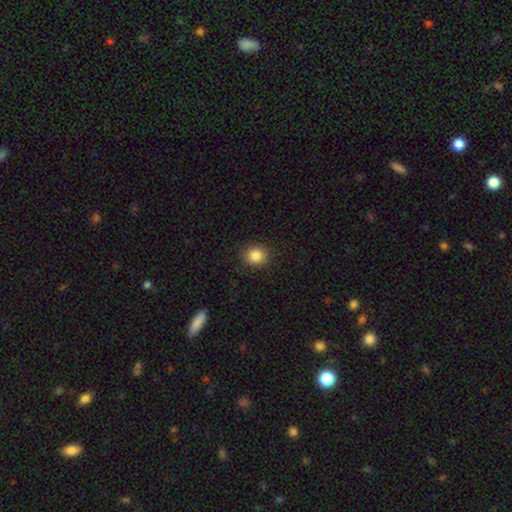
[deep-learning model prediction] Smooth or featured: smooth — 86% (star or artifact — 10%)
How rounded: round — 82% (in between — 17%)
Merging: none — 89% (minor disturbance — 7%)